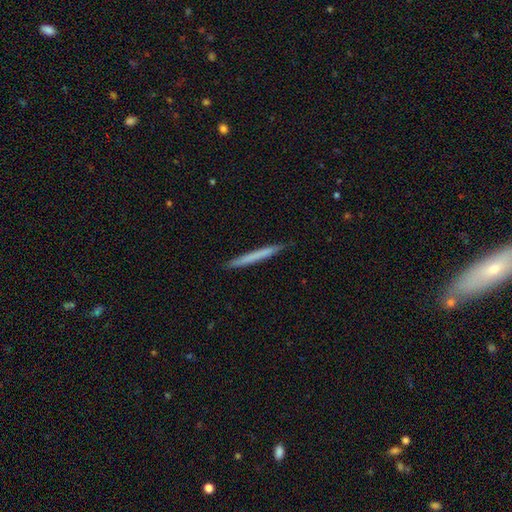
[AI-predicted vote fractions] Overall: smooth (65%; featured or disk 30%). How rounded: cigar-shaped (97%). Merging: none (91%).